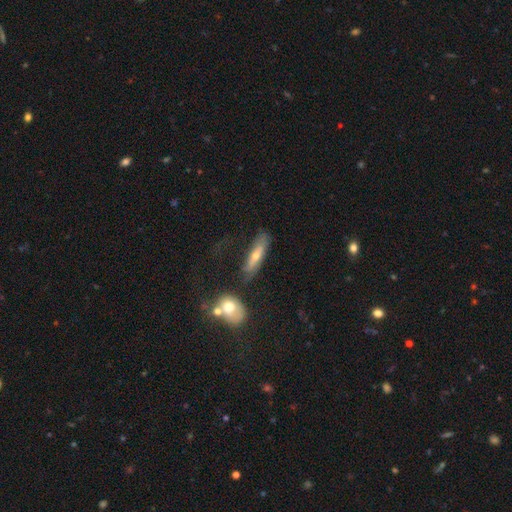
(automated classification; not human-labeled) Smooth or featured? Predicted: smooth (p=0.46). Merging? Predicted: none (p=0.54).